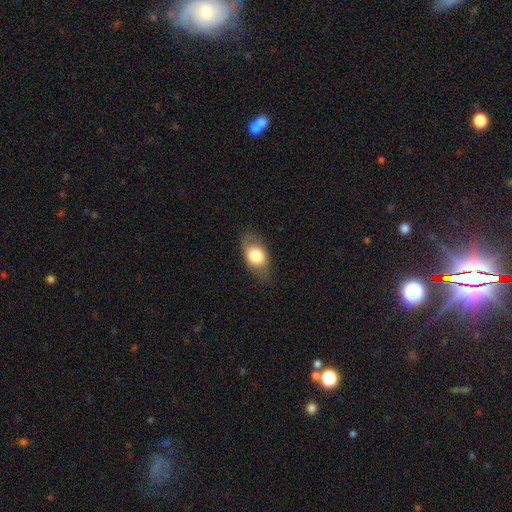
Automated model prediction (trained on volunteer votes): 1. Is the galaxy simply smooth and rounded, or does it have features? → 72% smooth, 21% featured or disk, 7% star or artifact.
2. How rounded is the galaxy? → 83% in between, 14% round, 3% cigar-shaped.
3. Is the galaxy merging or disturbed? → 76% none, 18% minor disturbance, 5% major disturbance, 1% merger.